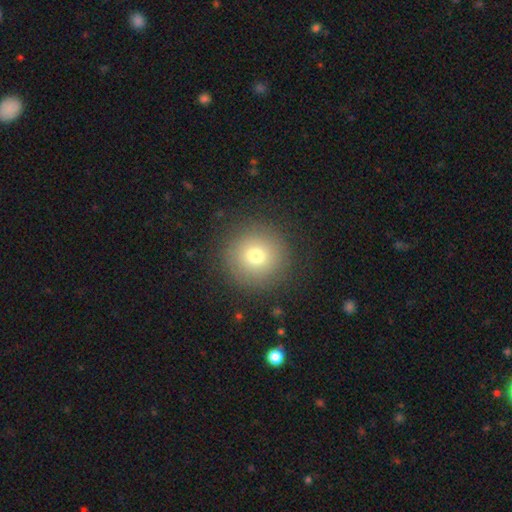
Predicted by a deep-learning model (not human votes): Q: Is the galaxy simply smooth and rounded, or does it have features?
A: smooth — 74%.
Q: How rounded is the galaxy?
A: round — 96%.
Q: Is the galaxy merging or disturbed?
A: none — 88%.